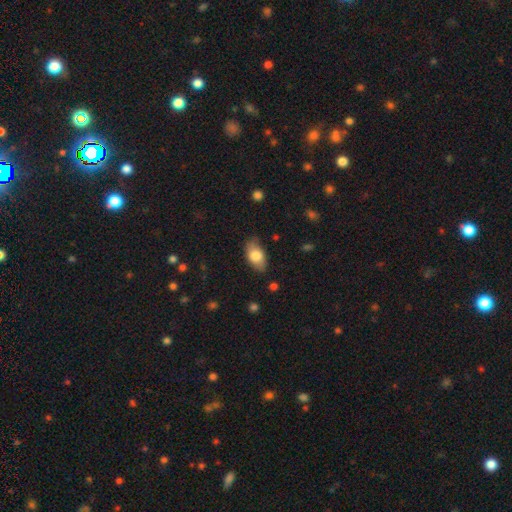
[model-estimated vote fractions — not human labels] smooth-or-featured: smooth: 76% | featured or disk: 18% | star or artifact: 7%
  how-rounded: in between: 92% | round: 5% | cigar-shaped: 3%
  merging: none: 78% | minor disturbance: 18% | major disturbance: 3% | merger: 1%